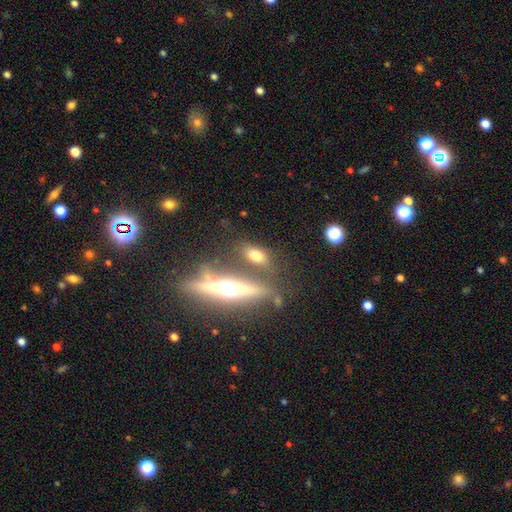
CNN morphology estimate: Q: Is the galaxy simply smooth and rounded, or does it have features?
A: smooth — 55%.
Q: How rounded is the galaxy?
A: in between — 72%.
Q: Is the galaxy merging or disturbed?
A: none — 69%.